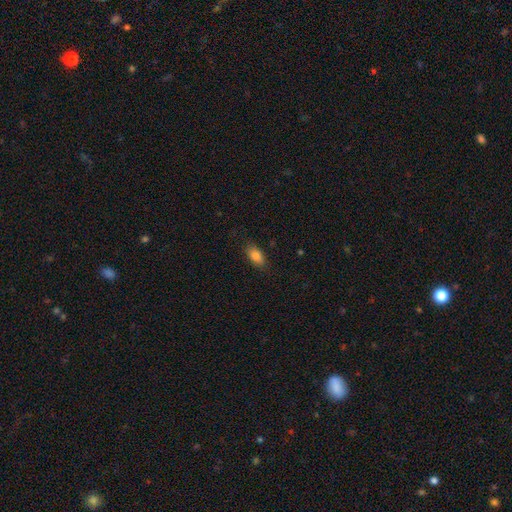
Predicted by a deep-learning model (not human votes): The model was most divided on "merging": none: 84%, minor disturbance: 12%, major disturbance: 3%, merger: 1%. More confident: how rounded — in between (89%); smooth or featured — smooth (84%).